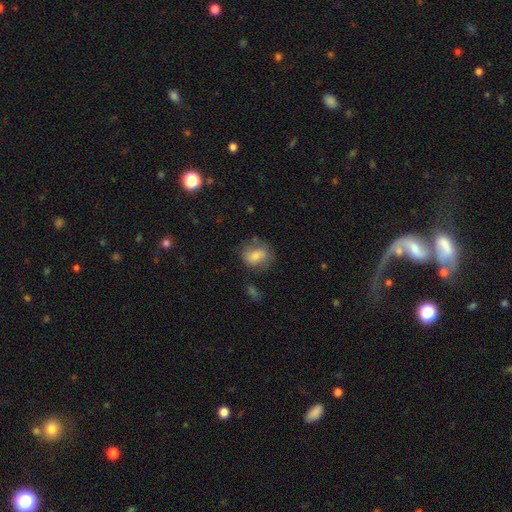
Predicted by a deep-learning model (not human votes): smooth-or-featured: smooth: 74% | featured or disk: 18% | star or artifact: 8%
  how-rounded: in between: 54% | round: 45% | cigar-shaped: 2%
  merging: none: 60% | minor disturbance: 23% | major disturbance: 10% | merger: 7%